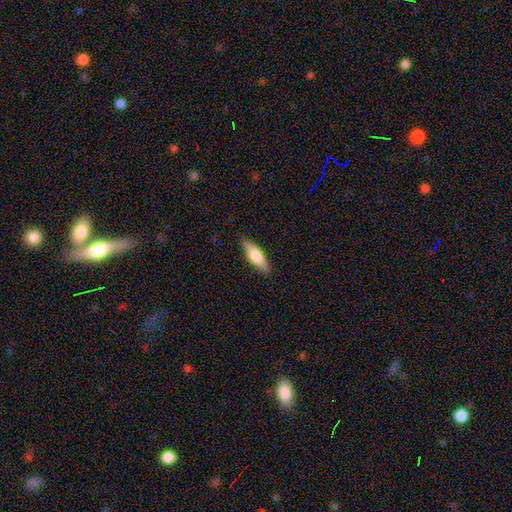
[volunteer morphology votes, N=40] smooth 72%, featured or disk 28%, star or artifact 0%. Down the decision tree: how rounded — in between (55%); merging — none (85%).